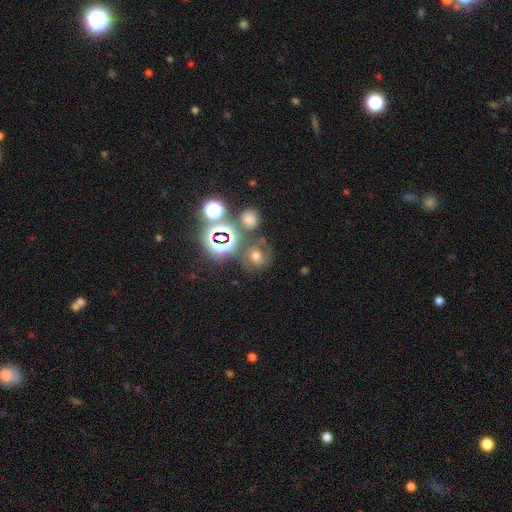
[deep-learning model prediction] Q: Smooth or featured?
A: smooth (44%); runner-up: star or artifact (31%)
Q: Merging?
A: none (61%); runner-up: minor disturbance (16%)